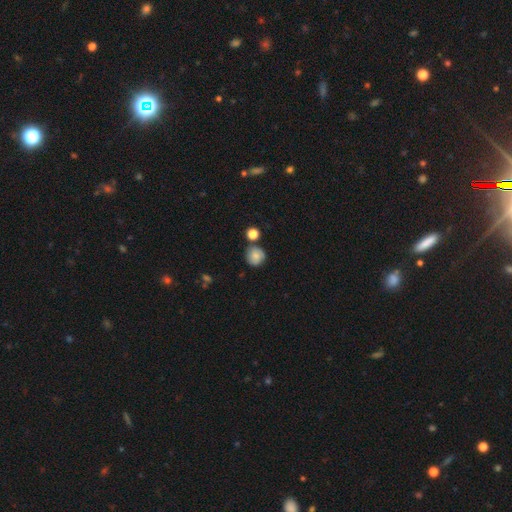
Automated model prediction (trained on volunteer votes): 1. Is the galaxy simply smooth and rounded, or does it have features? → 77% smooth, 13% featured or disk, 10% star or artifact.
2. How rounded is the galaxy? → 90% round, 9% in between, 1% cigar-shaped.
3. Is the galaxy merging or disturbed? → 73% none, 14% minor disturbance, 10% merger, 3% major disturbance.